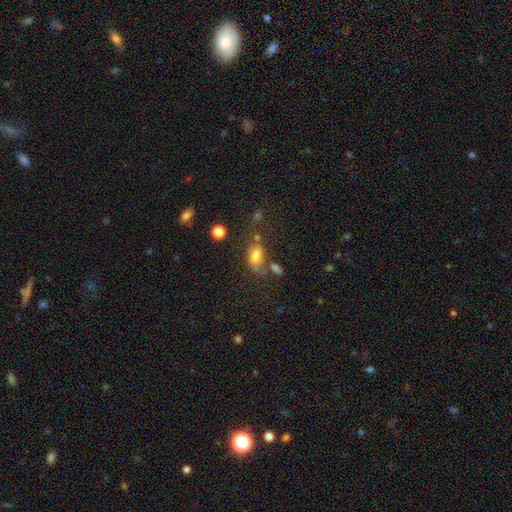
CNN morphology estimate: Smooth or featured? smooth (68%)
How rounded? in between (85%)
Merging? none (42%)